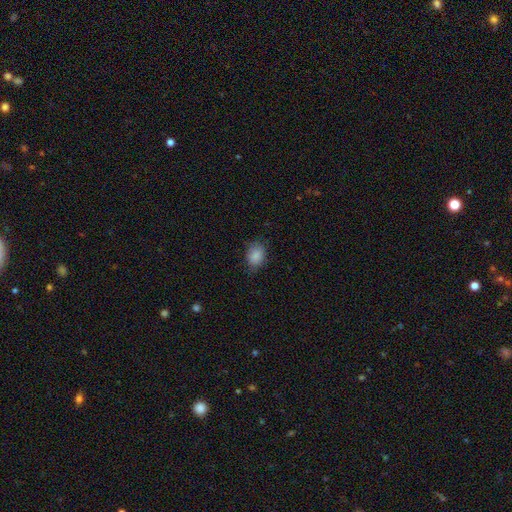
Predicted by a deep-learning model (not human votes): A smooth galaxy with no disk features (87%) that is in between round and cigar-shaped (67%).

Vote fractions:
- Smooth or featured? smooth: 87% / star or artifact: 8% / featured or disk: 5%
- How rounded? in between: 67% / round: 32% / cigar-shaped: 1%
- Merging? none: 76% / minor disturbance: 19% / major disturbance: 5% / merger: 1%